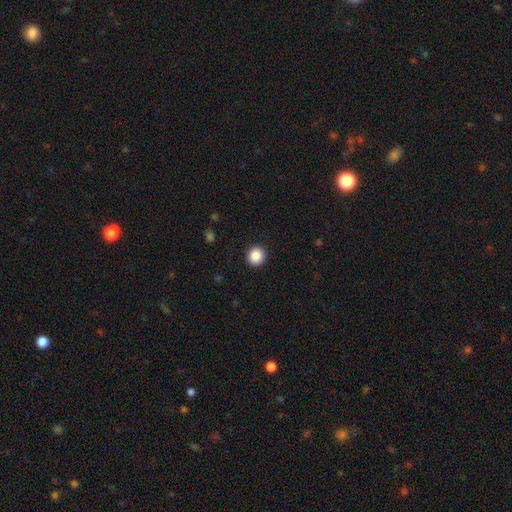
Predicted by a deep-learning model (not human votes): Morphology: type=smooth (88%); roundness=round (92%); merging=none (92%).